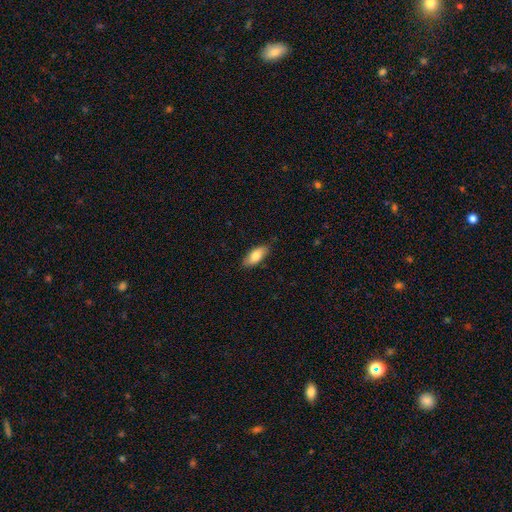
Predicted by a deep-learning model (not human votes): This is likely a smooth galaxy (80%). How rounded: clearly in between (85%). Merging: clearly none (83%).